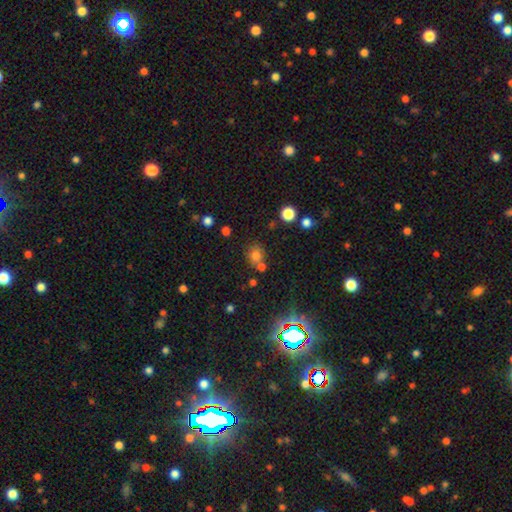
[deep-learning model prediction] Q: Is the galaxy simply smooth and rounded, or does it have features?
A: smooth — 74%.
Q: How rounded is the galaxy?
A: round — 79%.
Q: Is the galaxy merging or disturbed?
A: none — 62%.